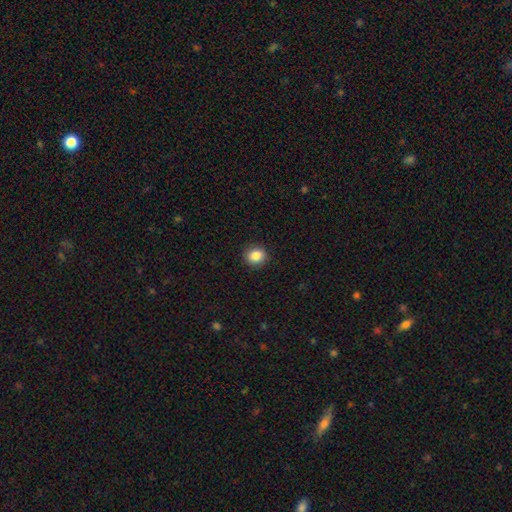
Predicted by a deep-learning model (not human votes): Smooth or featured? smooth (86%)
How rounded? round (78%)
Merging? none (91%)